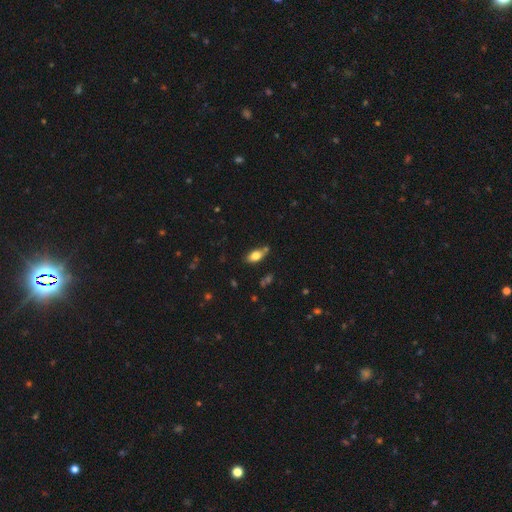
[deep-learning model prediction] smooth 75%, featured or disk 16%, star or artifact 8%. Down the decision tree: how rounded — in between (86%); merging — none (64%).